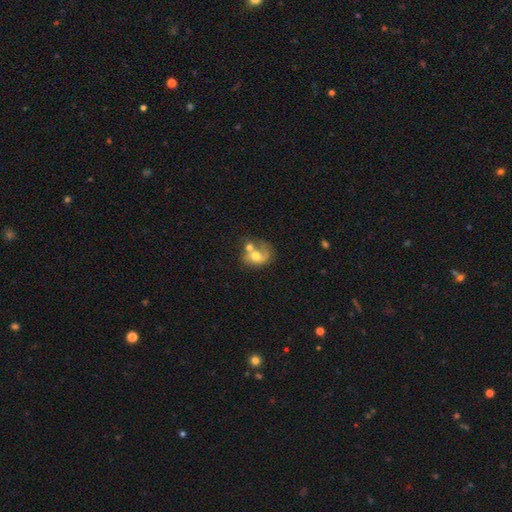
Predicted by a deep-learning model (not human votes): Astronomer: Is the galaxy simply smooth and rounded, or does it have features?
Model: featured or disk — 52% (runner-up: smooth, 40%).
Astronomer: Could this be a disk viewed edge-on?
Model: no — 97%.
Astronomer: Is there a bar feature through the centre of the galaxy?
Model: no — 74%.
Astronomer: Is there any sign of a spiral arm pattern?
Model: yes — 67%.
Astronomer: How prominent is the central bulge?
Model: moderate — 65%.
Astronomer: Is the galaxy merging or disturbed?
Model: merger — 48%.